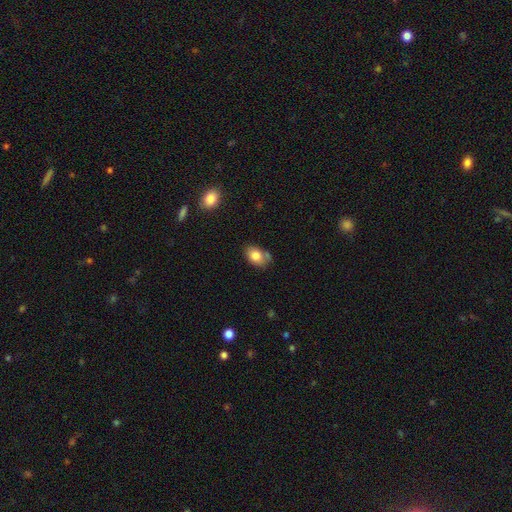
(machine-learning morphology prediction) smooth-or-featured: smooth: 81% | featured or disk: 11% | star or artifact: 8%
  how-rounded: in between: 84% | round: 15% | cigar-shaped: 1%
  merging: none: 60% | minor disturbance: 23% | merger: 12% | major disturbance: 5%